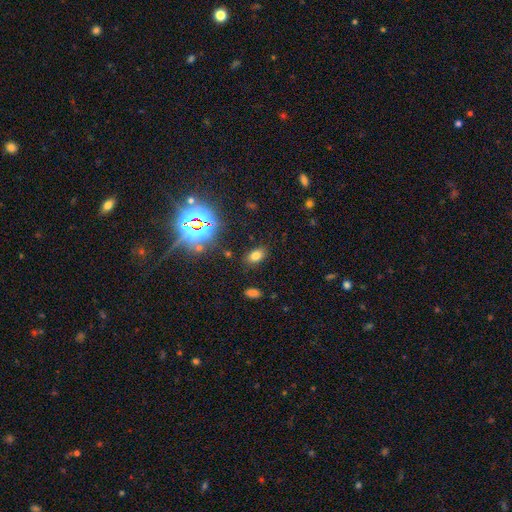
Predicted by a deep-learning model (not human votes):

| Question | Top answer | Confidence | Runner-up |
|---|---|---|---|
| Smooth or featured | smooth | 70% | star or artifact (21%) |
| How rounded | in between | 85% | round (13%) |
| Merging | none | 85% | minor disturbance (10%) |